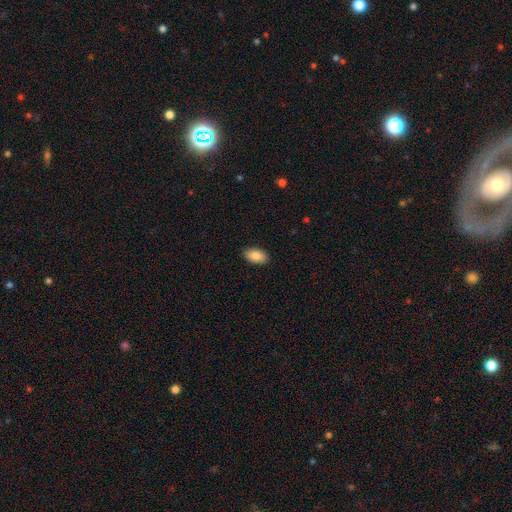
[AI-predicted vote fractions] Smooth or featured: smooth — 85% (featured or disk — 8%)
How rounded: in between — 94% (round — 4%)
Merging: none — 90% (minor disturbance — 8%)